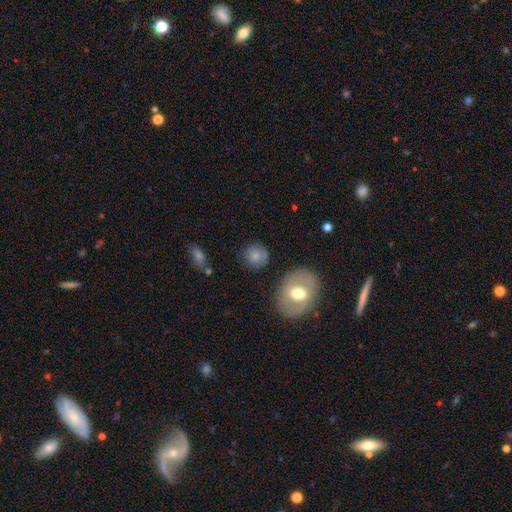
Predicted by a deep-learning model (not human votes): The model was most divided on "smooth or featured": smooth: 79%, featured or disk: 12%, star or artifact: 10%. More confident: how rounded — round (86%); merging — none (80%).